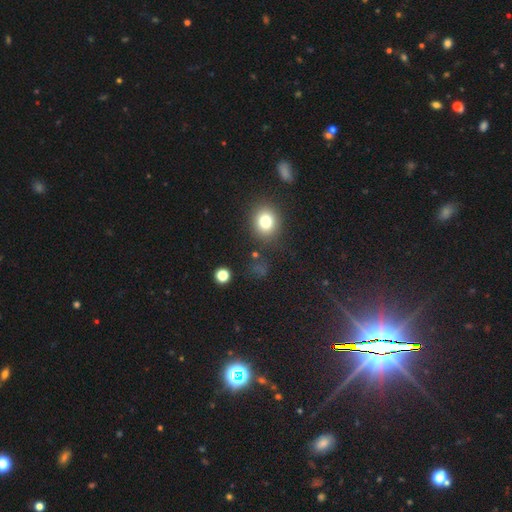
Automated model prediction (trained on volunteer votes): Overall: smooth (64%; star or artifact 28%). How rounded: round (71%). Merging: none (83%).